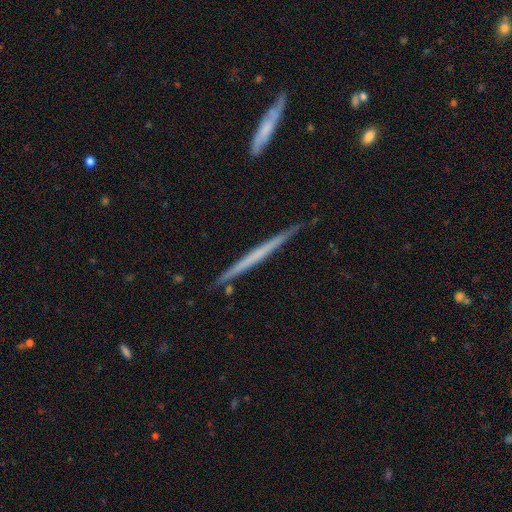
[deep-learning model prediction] smooth-or-featured: featured or disk: 59% | smooth: 36% | star or artifact: 5%
  disk-edge-on: yes: 98% | no: 2%
    edge-on-bulge: none: 88% | rounded: 7% | boxy: 4%
  merging: none: 87% | minor disturbance: 10% | major disturbance: 2% | merger: 2%